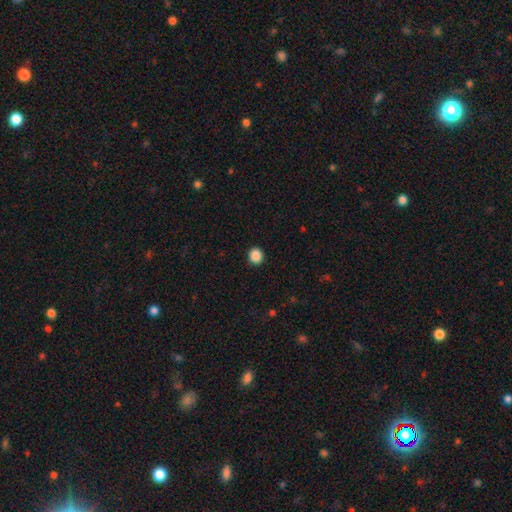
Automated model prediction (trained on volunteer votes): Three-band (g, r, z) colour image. It shows a smooth galaxy with no disk features (88%) that is round (85%). Merging: none (93%).